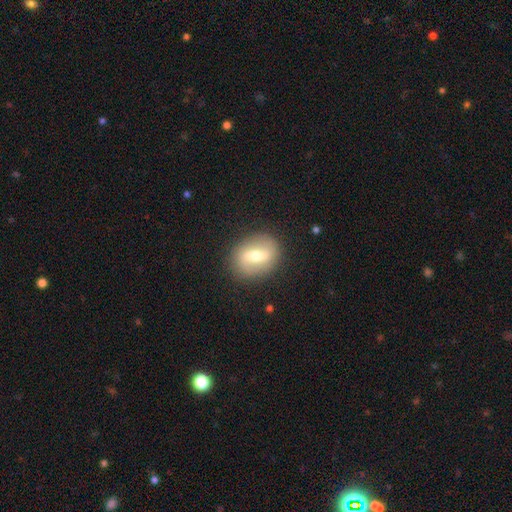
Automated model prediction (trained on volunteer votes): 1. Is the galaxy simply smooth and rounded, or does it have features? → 51% featured or disk, 42% smooth, 8% star or artifact.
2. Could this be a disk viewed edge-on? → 89% no, 11% yes.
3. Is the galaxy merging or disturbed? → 87% none, 9% minor disturbance, 3% major disturbance, 1% merger.